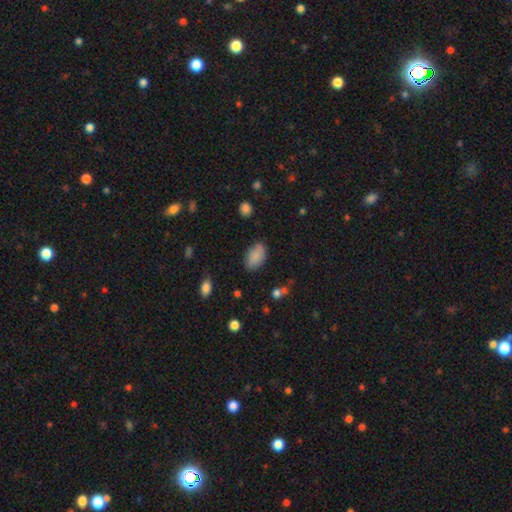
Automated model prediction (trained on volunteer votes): smooth-or-featured: smooth: 85% | star or artifact: 8% | featured or disk: 7%
  how-rounded: in between: 92% | round: 7% | cigar-shaped: 1%
  merging: none: 77% | minor disturbance: 16% | major disturbance: 4% | merger: 2%